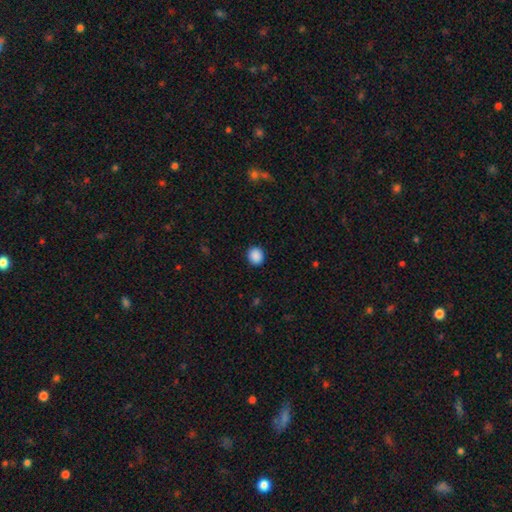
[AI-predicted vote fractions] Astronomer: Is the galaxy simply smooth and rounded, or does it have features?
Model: smooth — 89%.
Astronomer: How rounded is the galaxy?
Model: round — 81%.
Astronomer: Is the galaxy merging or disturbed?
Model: none — 91%.